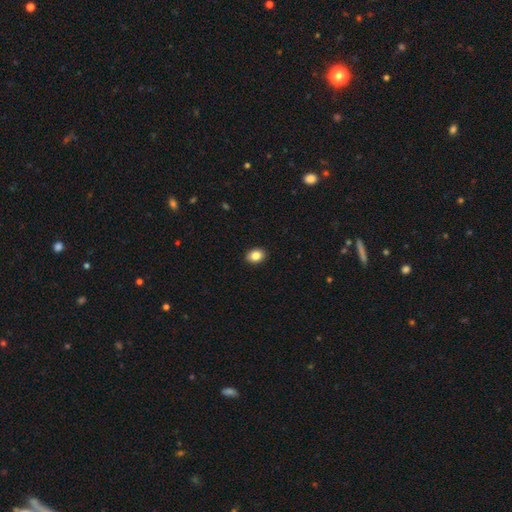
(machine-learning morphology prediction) smooth-or-featured: smooth: 85% | star or artifact: 9% | featured or disk: 6%
  how-rounded: in between: 64% | round: 35% | cigar-shaped: 1%
  merging: none: 91% | minor disturbance: 6% | major disturbance: 2% | merger: 1%